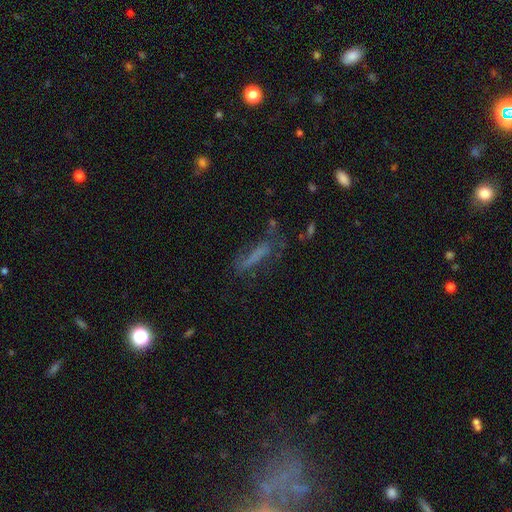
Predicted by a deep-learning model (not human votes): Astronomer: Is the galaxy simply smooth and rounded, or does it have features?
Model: smooth — 51% (runner-up: featured or disk, 32%).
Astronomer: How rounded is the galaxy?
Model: cigar-shaped — 77%.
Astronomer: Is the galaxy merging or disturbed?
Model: none — 48% (runner-up: minor disturbance, 24%).